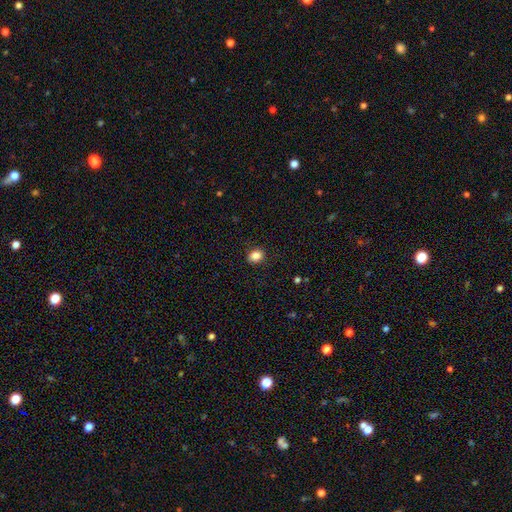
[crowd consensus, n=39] smooth_or_featured: smooth (p=0.82) [alt: star or artifact p=0.13]
how_rounded: in between (p=0.59) [alt: round p=0.38]
merging: none (p=0.76) [alt: minor disturbance p=0.12]